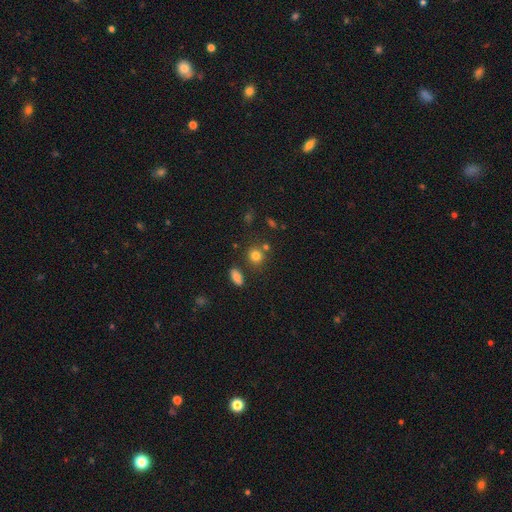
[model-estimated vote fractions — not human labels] A smooth galaxy with no disk features (79%) that is round (82%).

Vote fractions:
- Smooth or featured? smooth: 79% / star or artifact: 13% / featured or disk: 8%
- How rounded? round: 82% / in between: 17% / cigar-shaped: 1%
- Merging? none: 73% / merger: 13% / minor disturbance: 10% / major disturbance: 4%